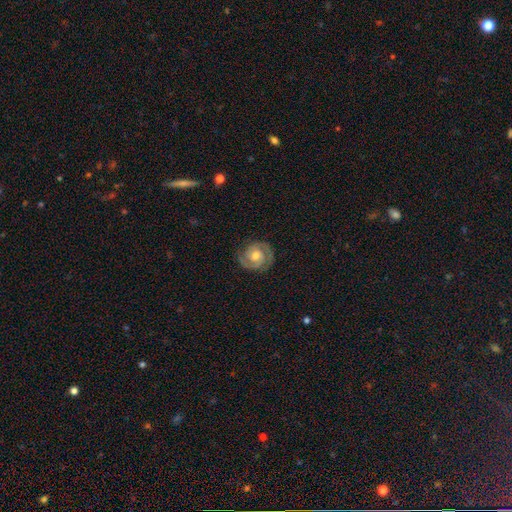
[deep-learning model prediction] Smooth or featured?
  - featured or disk: 86% *
  - smooth: 9%
  - star or artifact: 5%
Edge-on disk?
  - no: 98% *
  - yes: 2%
Bar?
  - no: 58% *
  - weak: 34%
  - strong: 8%
Spiral arms?
  - yes: 97% *
  - no: 3%
Spiral winding?
  - tight: 64% *
  - medium: 31%
  - loose: 5%
Spiral arm count?
  - 2: 90% *
  - can't tell: 4%
  - 1: 3%
  - 3: 2%
  - 4: 1%
  - more than 4: 1%
Bulge size?
  - moderate: 68% *
  - small: 20%
  - large: 9%
  - none: 3%
  - dominant: 1%
Merging?
  - none: 83% *
  - minor disturbance: 12%
  - major disturbance: 4%
  - merger: 1%